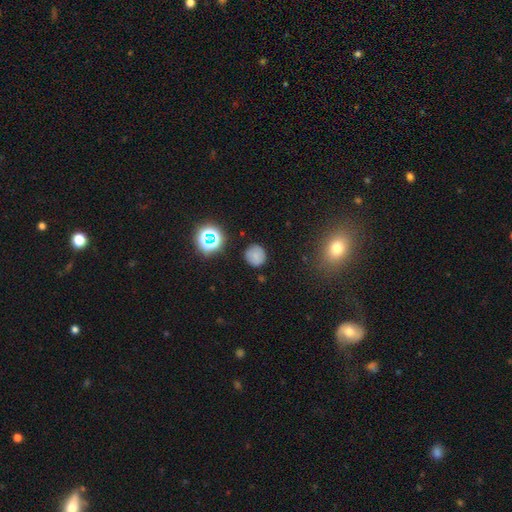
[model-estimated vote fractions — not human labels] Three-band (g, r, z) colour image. It shows a smooth galaxy with no disk features (72%) that is round (90%). Merging: none (83%).